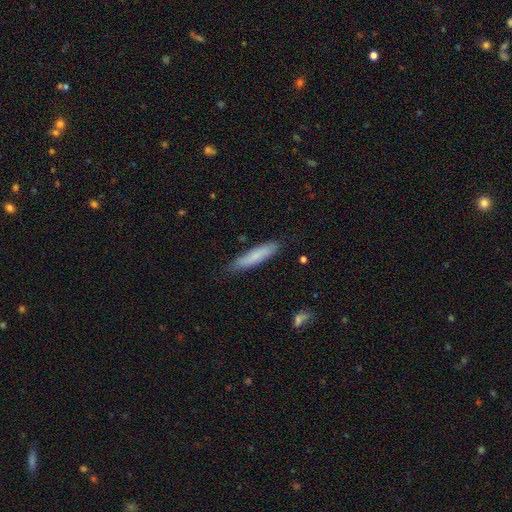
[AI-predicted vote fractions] Morphology: type=smooth (77%); roundness=cigar-shaped (82%); merging=none (81%).